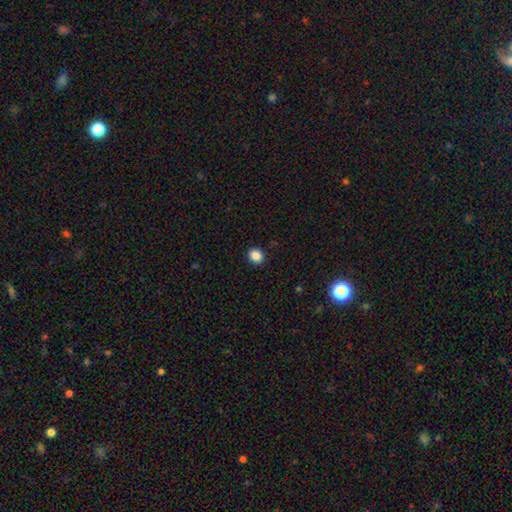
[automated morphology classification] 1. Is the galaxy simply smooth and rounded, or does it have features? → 87% smooth, 10% star or artifact, 3% featured or disk.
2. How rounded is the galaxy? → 73% round, 26% in between, 1% cigar-shaped.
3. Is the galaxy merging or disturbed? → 91% none, 6% minor disturbance, 2% major disturbance, 1% merger.